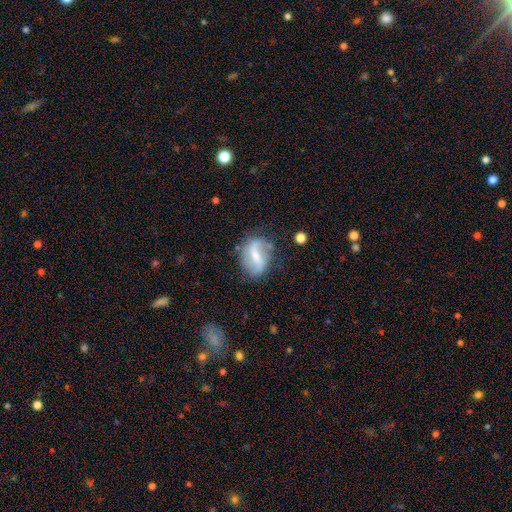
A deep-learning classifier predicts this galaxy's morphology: Smooth or featured? Predicted: featured or disk (p=0.68). Edge-on disk? Predicted: no (p=0.95). Bar? Predicted: strong (p=0.44). Spiral arms? Predicted: yes (p=0.78). Spiral winding? Predicted: loose (p=0.68). Spiral arm count? Predicted: 2 (p=0.84). Bulge size? Predicted: small (p=0.47). Merging? Predicted: none (p=0.66).